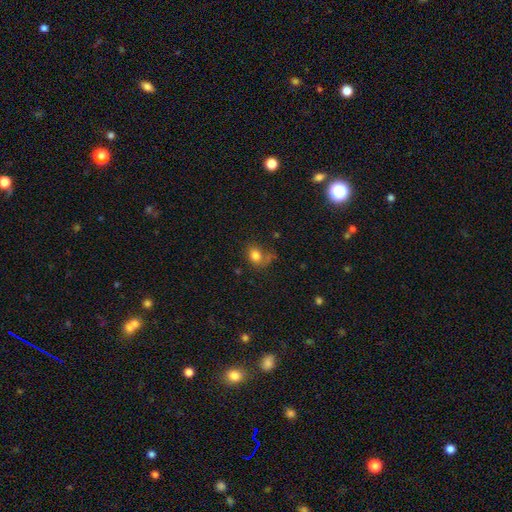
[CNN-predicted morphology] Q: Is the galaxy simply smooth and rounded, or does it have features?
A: smooth — 80%.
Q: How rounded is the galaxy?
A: round — 57%.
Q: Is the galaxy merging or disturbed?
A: none — 57%.